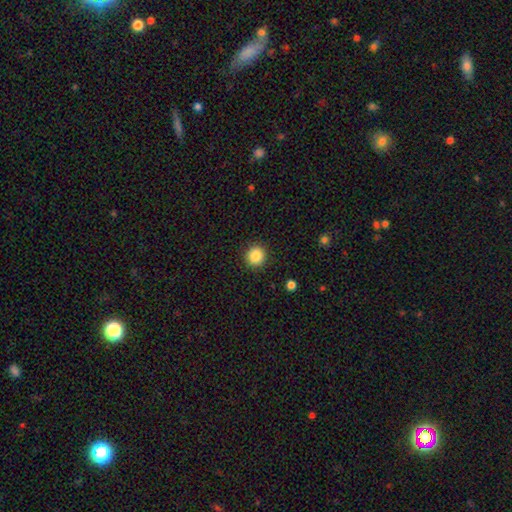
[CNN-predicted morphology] Smooth or featured? smooth (86%)
How rounded? round (93%)
Merging? none (91%)